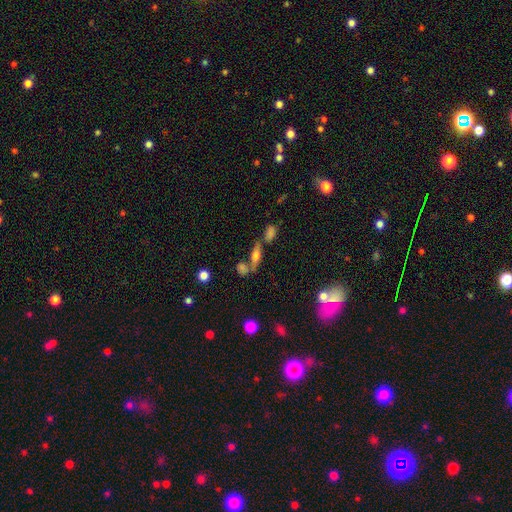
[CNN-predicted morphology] A featured or disk galaxy (50%) viewed edge-on (79%).

Vote fractions:
- Smooth or featured? featured or disk: 50% / smooth: 37% / star or artifact: 13%
- Edge-on disk? yes: 79% / no: 21%
- Merging? none: 57% / merger: 23% / minor disturbance: 13% / major disturbance: 6%